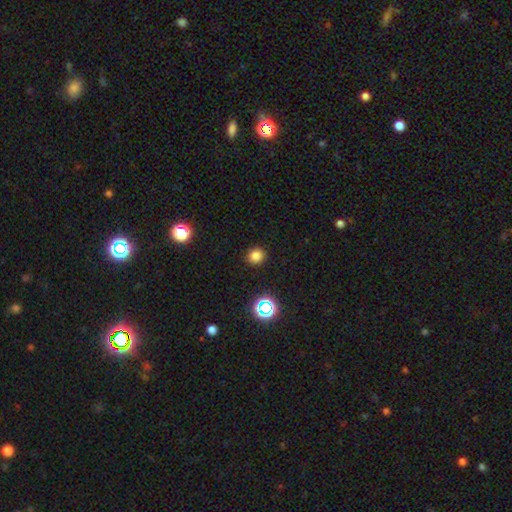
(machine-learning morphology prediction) type=smooth (79%); roundness=round (90%); merging=none (91%).